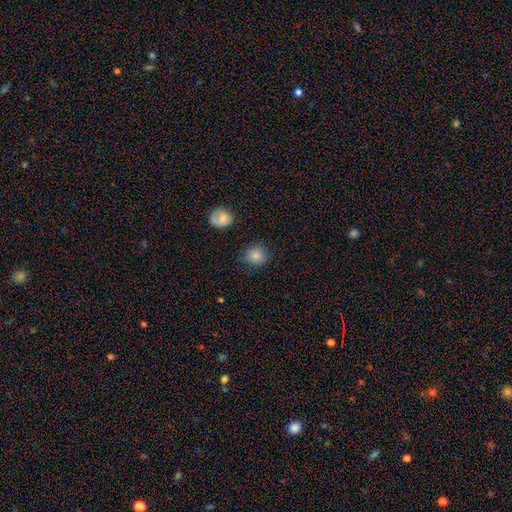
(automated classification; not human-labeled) This appears to be a smooth galaxy with no disk features (84%) that is round (85%). Merging: none (82%).